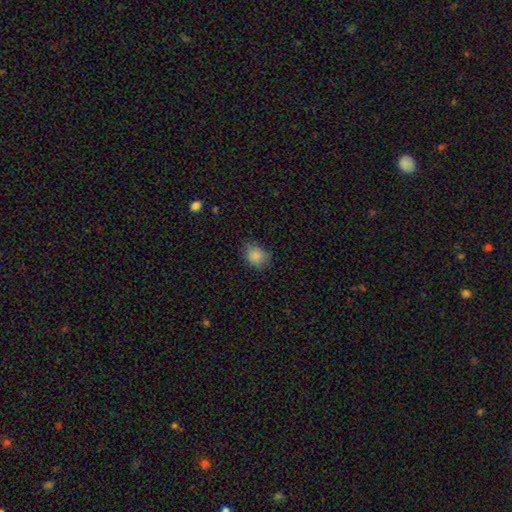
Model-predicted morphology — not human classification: smooth 85%, star or artifact 10%, featured or disk 5%. Down the decision tree: how rounded — round (50%); merging — none (68%).